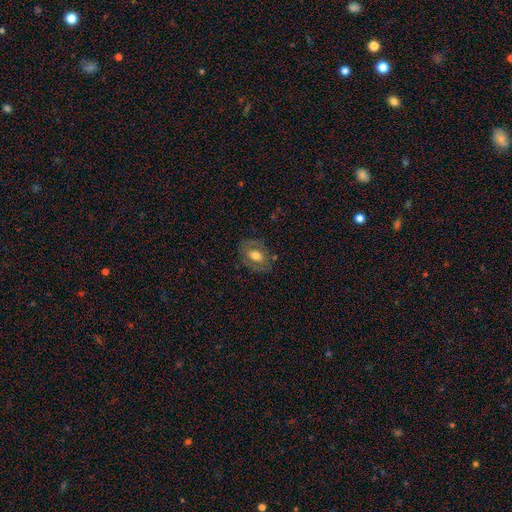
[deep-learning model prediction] Morphology: type=smooth (55%); roundness=in between (77%); merging=none (75%).